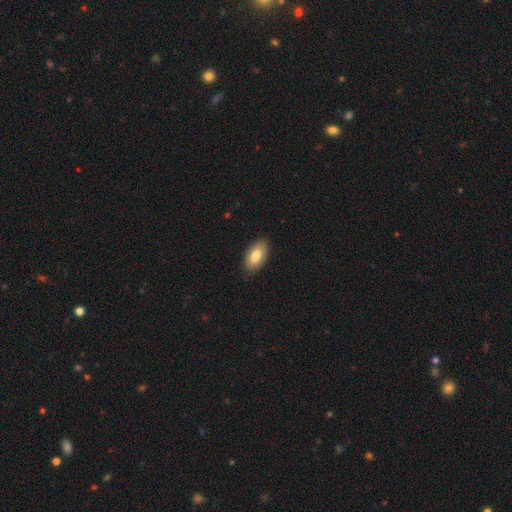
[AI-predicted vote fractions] smooth-or-featured: smooth: 80% | featured or disk: 14% | star or artifact: 6%
  how-rounded: in between: 94% | round: 4% | cigar-shaped: 2%
  merging: none: 86% | minor disturbance: 11% | major disturbance: 2% | merger: 1%